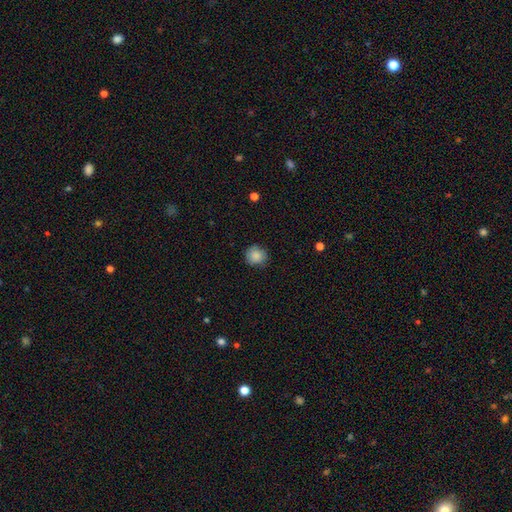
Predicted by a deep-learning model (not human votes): Q: Smooth or featured?
A: smooth (86%); runner-up: star or artifact (8%)
Q: How rounded?
A: round (90%); runner-up: in between (9%)
Q: Merging?
A: none (82%); runner-up: minor disturbance (14%)